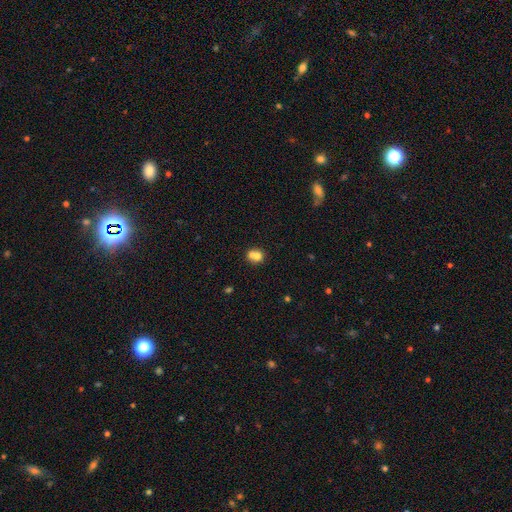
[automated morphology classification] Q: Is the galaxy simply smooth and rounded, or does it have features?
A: smooth — 71%.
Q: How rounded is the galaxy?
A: round — 74%.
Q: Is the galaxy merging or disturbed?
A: merger — 55%.